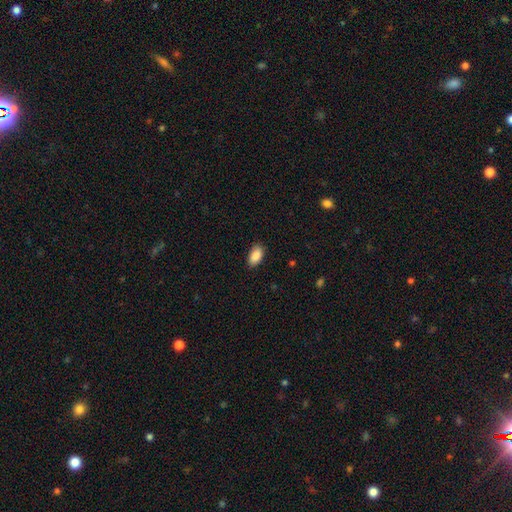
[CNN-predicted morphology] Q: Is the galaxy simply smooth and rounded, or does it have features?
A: smooth — 90%.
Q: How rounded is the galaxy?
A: in between — 94%.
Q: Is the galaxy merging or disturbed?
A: none — 85%.